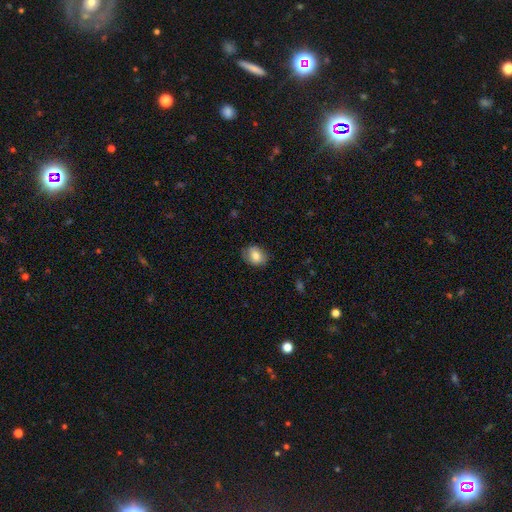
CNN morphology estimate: Smooth or featured? Predicted: smooth (p=0.79). How rounded? Predicted: in between (p=0.61). Merging? Predicted: none (p=0.76).